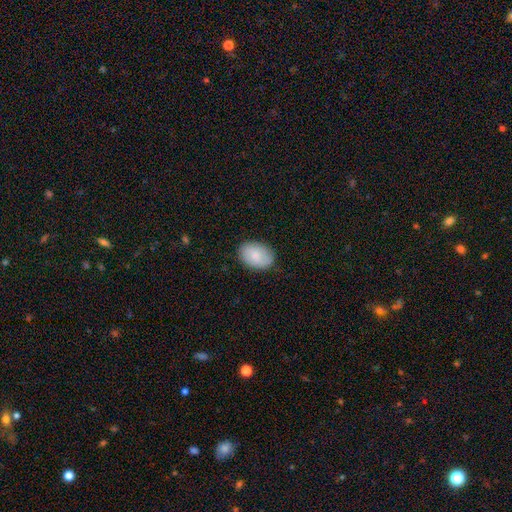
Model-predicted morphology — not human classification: smooth 83%, featured or disk 12%, star or artifact 6%. Down the decision tree: how rounded — in between (86%); merging — none (85%).